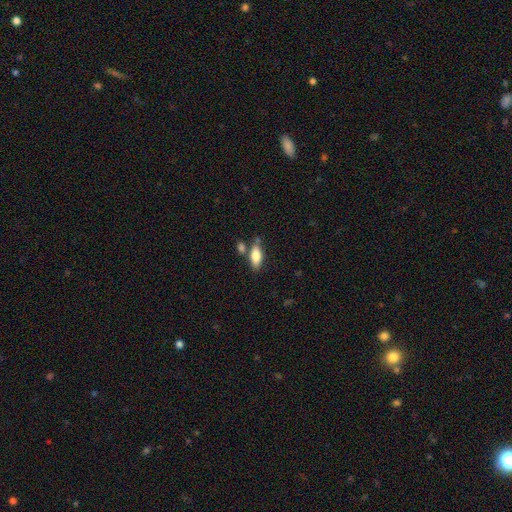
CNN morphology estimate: Overall: smooth (74%). How rounded: in between (77%). Merging: none (66%).